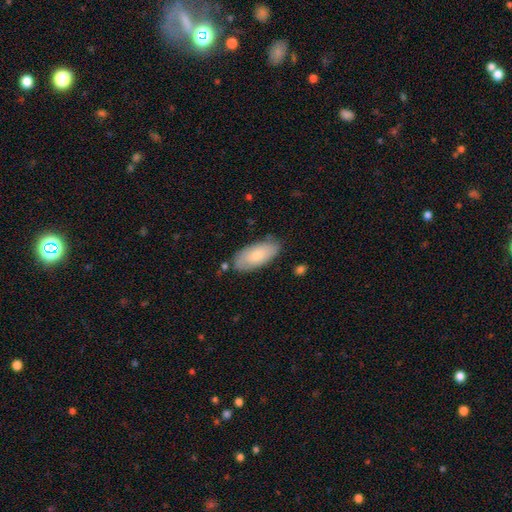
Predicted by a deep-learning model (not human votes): The model was most divided on "smooth or featured": smooth: 71%, featured or disk: 22%, star or artifact: 6%. More confident: how rounded — in between (88%); merging — none (78%).